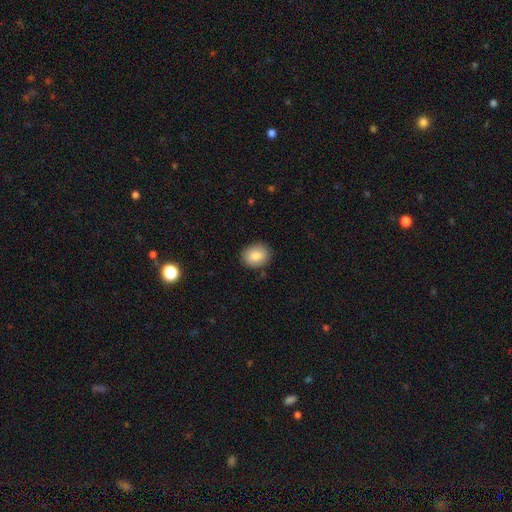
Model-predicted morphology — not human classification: Smooth or featured? smooth (84%)
How rounded? in between (51%)
Merging? none (86%)